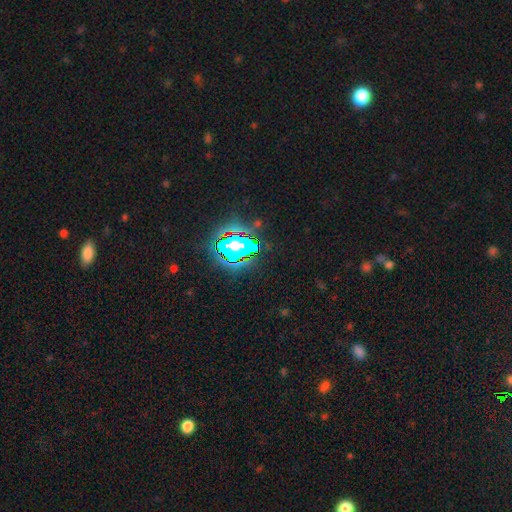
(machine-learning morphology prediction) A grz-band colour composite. It shows a star or artifact, not a galaxy (83%).